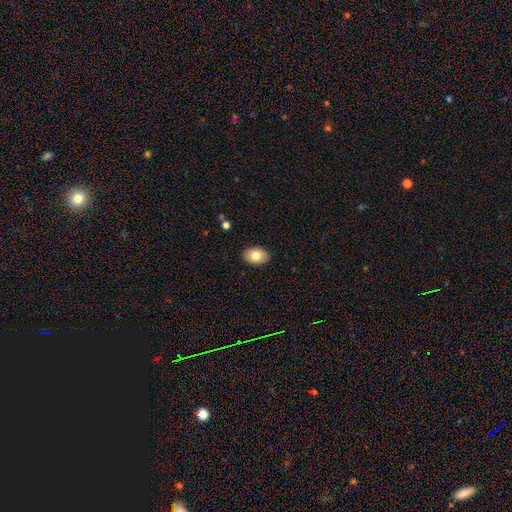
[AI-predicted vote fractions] Smooth or featured? Predicted: smooth (p=0.80). How rounded? Predicted: in between (p=0.87). Merging? Predicted: none (p=0.89).